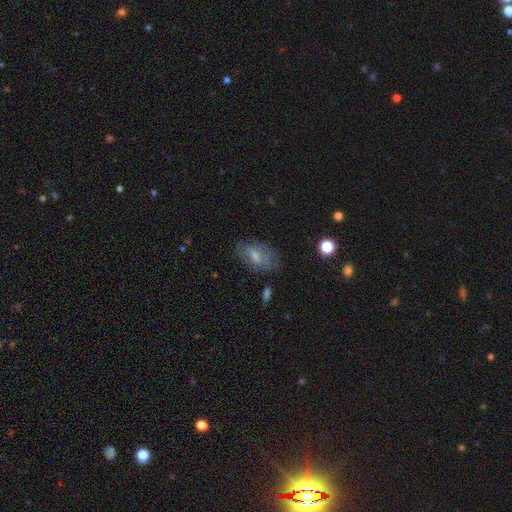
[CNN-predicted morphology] Q: Smooth or featured?
A: smooth (48%); runner-up: featured or disk (39%)
Q: Merging?
A: none (73%); runner-up: minor disturbance (18%)